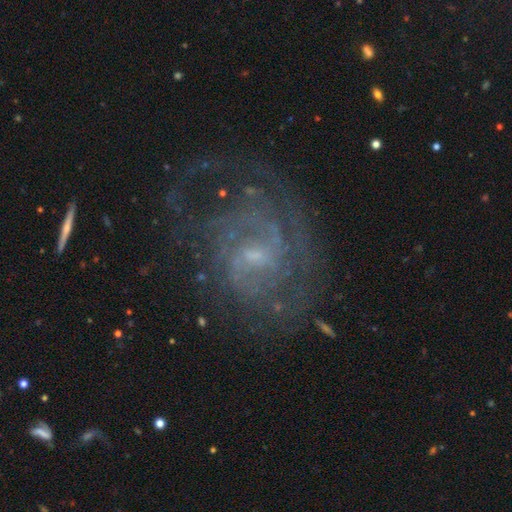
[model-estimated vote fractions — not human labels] Smooth or featured? featured or disk (85%)
Edge-on disk? no (97%)
Bar? weak (54%)
Spiral arms? yes (93%)
Spiral winding? medium (43%)
Spiral arm count? 2 (41%)
Bulge size? small (67%)
Merging? none (62%)